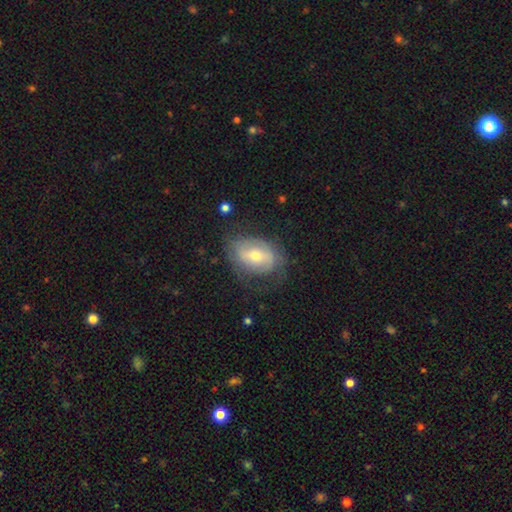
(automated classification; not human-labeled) This is possibly a featured or disk galaxy (53%). It is clearly not viewed edge-on (92%). Merging: likely none (62%).